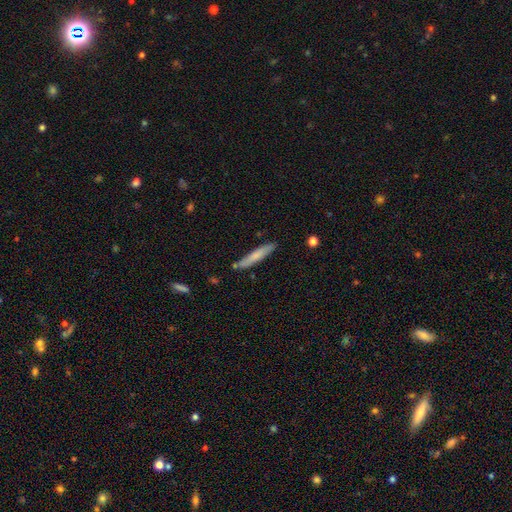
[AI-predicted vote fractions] smooth-or-featured: smooth: 68% | featured or disk: 26% | star or artifact: 6%
  how-rounded: cigar-shaped: 93% | in between: 6% | round: 1%
  merging: none: 83% | minor disturbance: 12% | merger: 3% | major disturbance: 2%